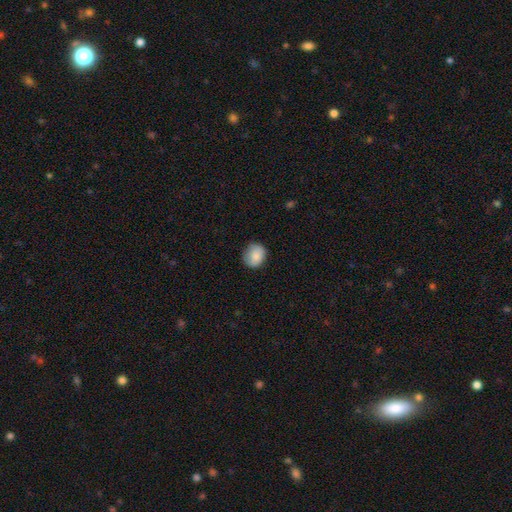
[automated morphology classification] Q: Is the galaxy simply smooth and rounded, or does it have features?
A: smooth — 85%.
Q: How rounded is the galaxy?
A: round — 67%.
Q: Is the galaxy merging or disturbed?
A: none — 77%.